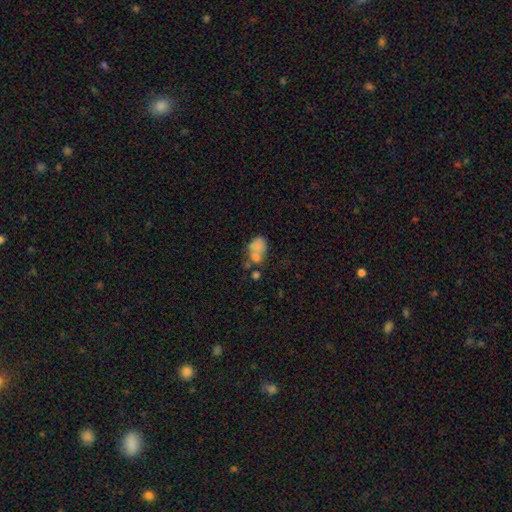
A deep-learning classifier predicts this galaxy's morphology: smooth_or_featured: smooth (p=0.62) [alt: featured or disk p=0.20]
how_rounded: in between (p=0.63) [alt: round p=0.35]
merging: none (p=0.37) [alt: merger p=0.35]